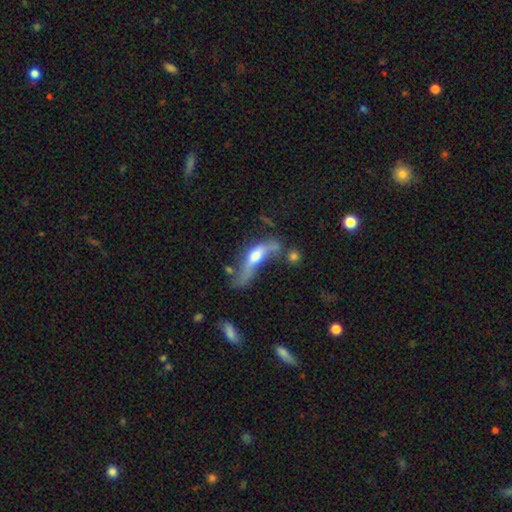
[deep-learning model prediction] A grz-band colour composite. It shows a featured or disk galaxy (47%). Merging: major disturbance (38%).